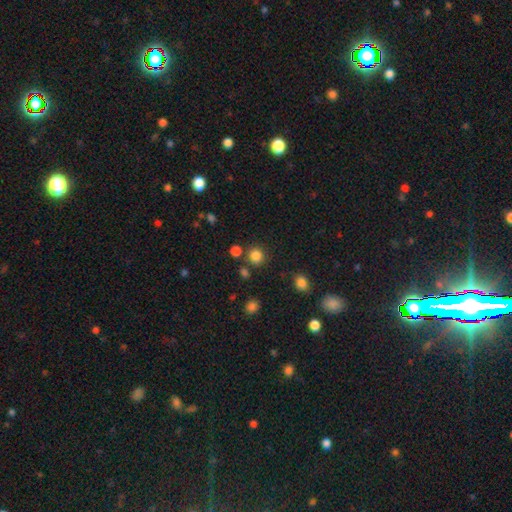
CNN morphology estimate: Smooth or featured: smooth — 82% (star or artifact — 13%)
How rounded: round — 90% (in between — 9%)
Merging: none — 80% (merger — 8%)